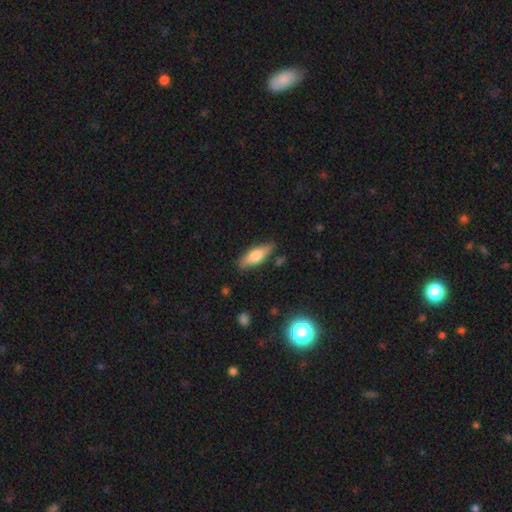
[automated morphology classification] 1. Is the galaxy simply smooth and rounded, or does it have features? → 64% smooth, 29% featured or disk, 7% star or artifact.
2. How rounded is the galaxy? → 53% in between, 44% cigar-shaped, 3% round.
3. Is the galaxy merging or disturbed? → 83% none, 13% minor disturbance, 3% major disturbance, 2% merger.